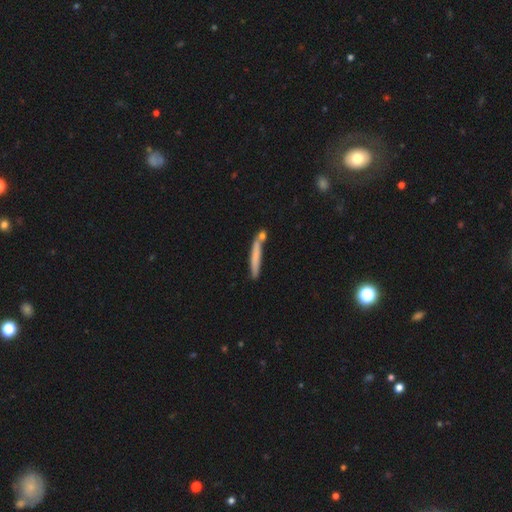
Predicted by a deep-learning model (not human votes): smooth-or-featured: smooth: 65% | featured or disk: 29% | star or artifact: 7%
  how-rounded: cigar-shaped: 95% | in between: 3% | round: 2%
  merging: none: 68% | merger: 16% | minor disturbance: 13% | major disturbance: 3%